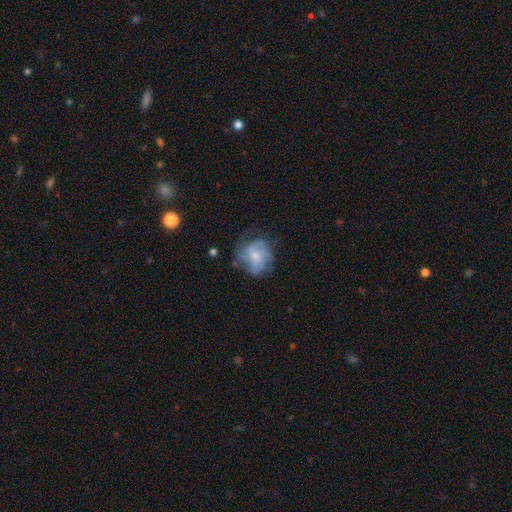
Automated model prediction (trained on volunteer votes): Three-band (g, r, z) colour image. It shows a featured or disk galaxy (61%) with no bar (72%), spiral arms (77%) and a small central bulge (43%). Merging: none (57%).